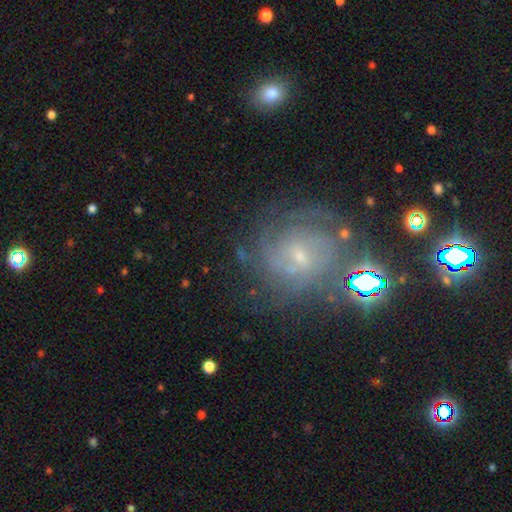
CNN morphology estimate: This appears to be a featured or disk galaxy (71%) with no bar (52%), tight (64%) spiral arms (93%) and a small central bulge (76%). Merging: none (75%).